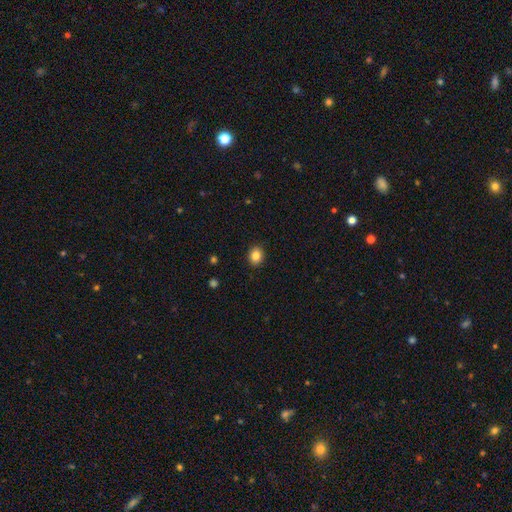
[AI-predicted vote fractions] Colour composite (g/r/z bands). It shows a smooth galaxy with no disk features (85%) that is round (57%). Merging: none (90%).